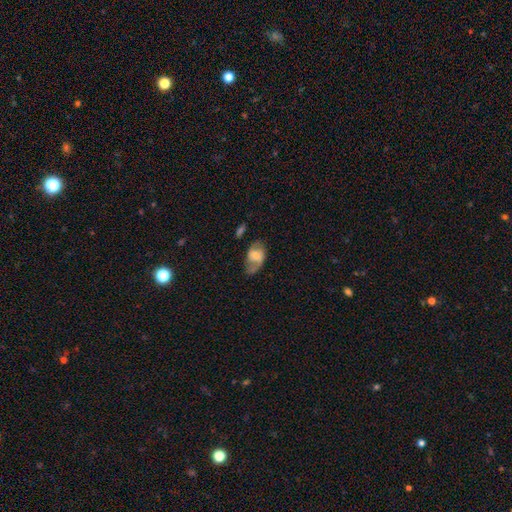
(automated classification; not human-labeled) Overall: featured or disk (51%; smooth 42%). Edge-on disk: no (95%). Merging: none (49%; minor disturbance 28%).